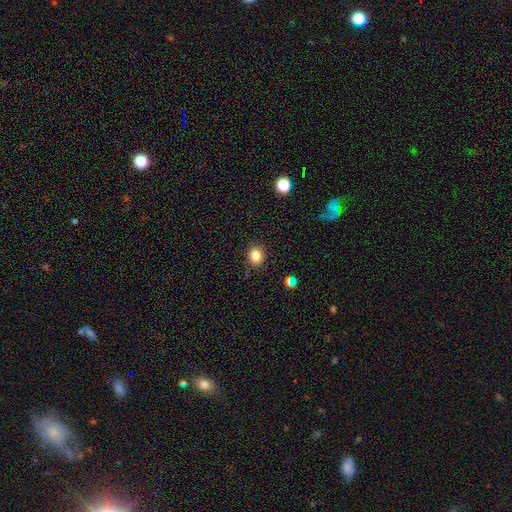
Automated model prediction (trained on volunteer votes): The model was most divided on "how rounded": round: 65%, in between: 34%, cigar-shaped: 1%. More confident: merging — none (87%); smooth or featured — smooth (84%).